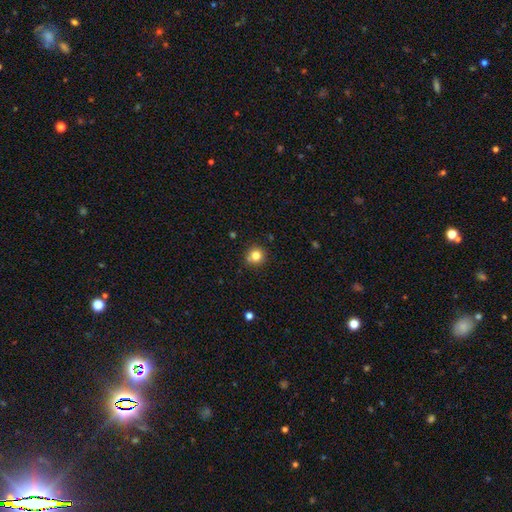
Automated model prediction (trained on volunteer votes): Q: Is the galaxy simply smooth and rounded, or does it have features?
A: smooth — 82%.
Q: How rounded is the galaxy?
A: round — 92%.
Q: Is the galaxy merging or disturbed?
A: none — 84%.